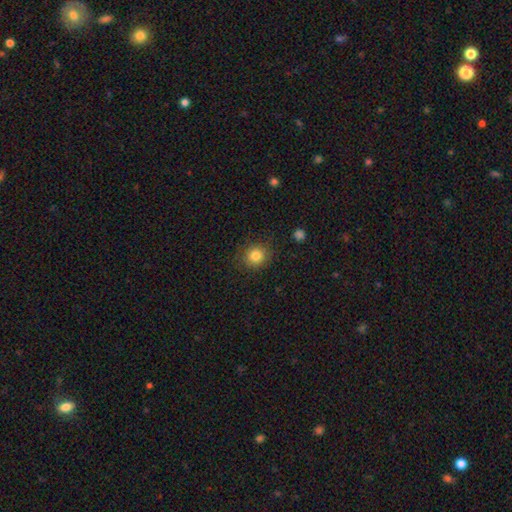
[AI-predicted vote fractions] smooth-or-featured: smooth: 83% | star or artifact: 11% | featured or disk: 6%
  how-rounded: round: 84% | in between: 15% | cigar-shaped: 1%
  merging: none: 86% | minor disturbance: 10% | major disturbance: 3% | merger: 1%